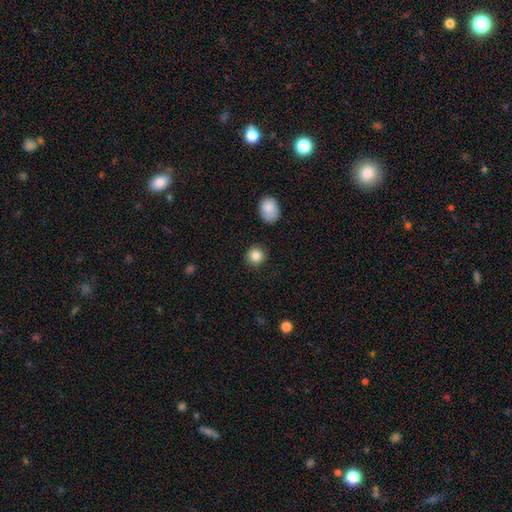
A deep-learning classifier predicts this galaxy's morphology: Smooth or featured? Predicted: smooth (p=0.86). How rounded? Predicted: round (p=0.90). Merging? Predicted: none (p=0.88).